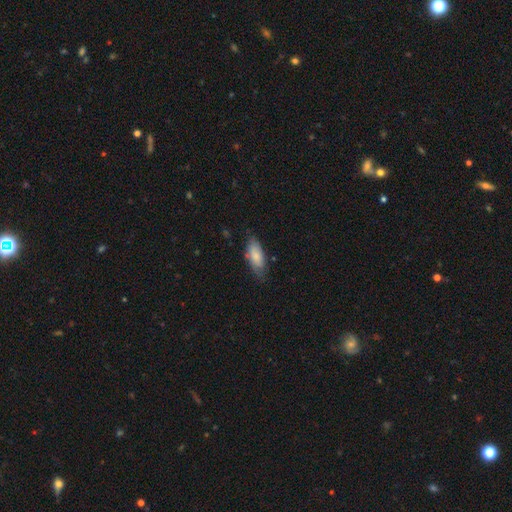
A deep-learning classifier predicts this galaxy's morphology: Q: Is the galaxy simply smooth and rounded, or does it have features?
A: smooth — 80%.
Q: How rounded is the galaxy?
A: in between — 82%.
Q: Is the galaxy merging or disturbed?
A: none — 69%.